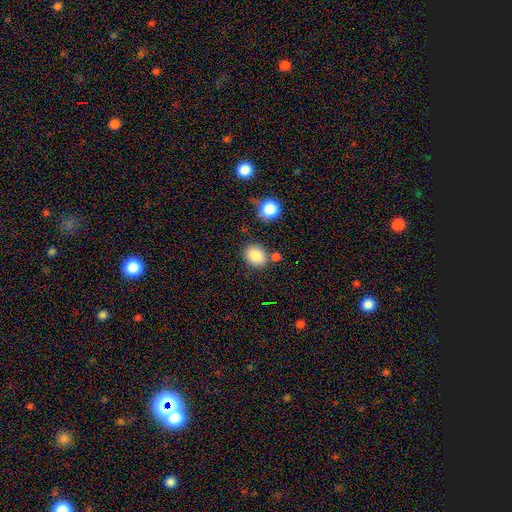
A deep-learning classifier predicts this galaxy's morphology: The model was most divided on "how rounded": in between: 55%, round: 44%, cigar-shaped: 1%. More confident: smooth or featured — smooth (85%); merging — none (74%).